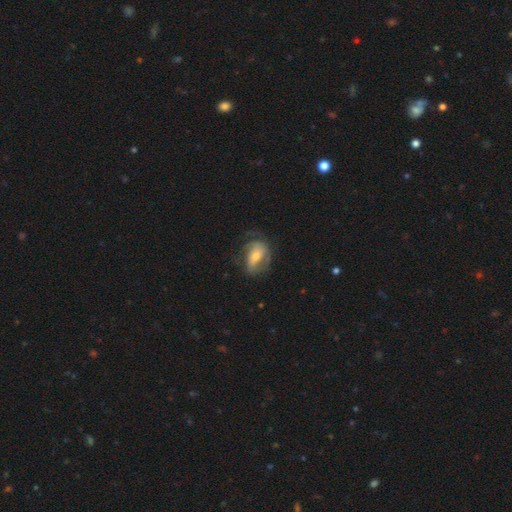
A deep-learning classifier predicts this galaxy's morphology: Smooth or featured? Predicted: featured or disk (p=0.54). Edge-on disk? Predicted: no (p=0.94). Bar? Predicted: no (p=0.40). Spiral arms? Predicted: yes (p=0.70). Bulge size? Predicted: moderate (p=0.50). Merging? Predicted: none (p=0.54).